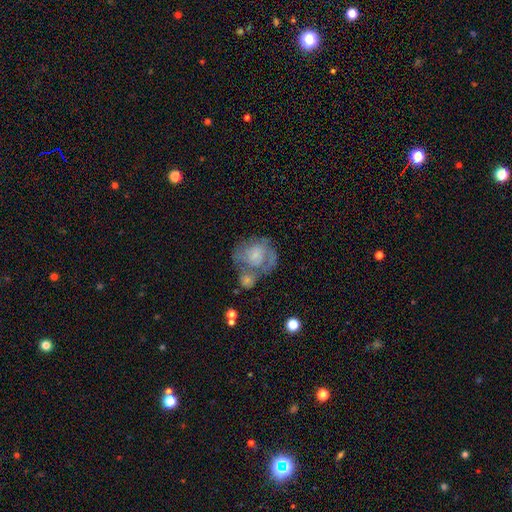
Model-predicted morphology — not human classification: Smooth or featured?
  - featured or disk: 59% *
  - smooth: 33%
  - star or artifact: 8%
Edge-on disk?
  - no: 98% *
  - yes: 2%
Bar?
  - no: 72% *
  - weak: 23%
  - strong: 4%
Spiral arms?
  - yes: 66% *
  - no: 34%
Bulge size?
  - small: 49% *
  - moderate: 22%
  - none: 21%
  - large: 6%
  - dominant: 2%
Merging?
  - merger: 35% *
  - none: 30%
  - major disturbance: 19%
  - minor disturbance: 16%